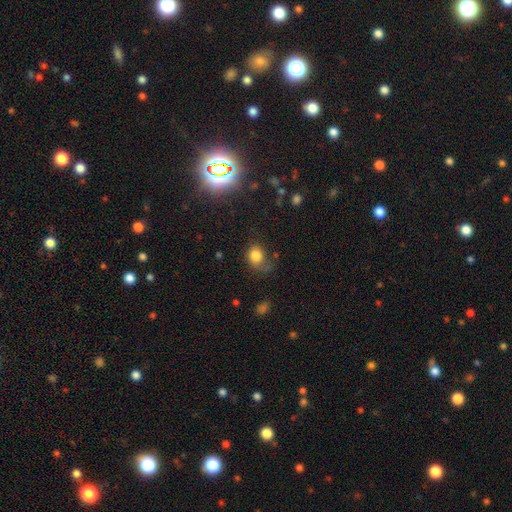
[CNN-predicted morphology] The model was most divided on "how rounded": round: 61%, in between: 38%, cigar-shaped: 1%. More confident: smooth or featured — smooth (80%); merging — none (55%).